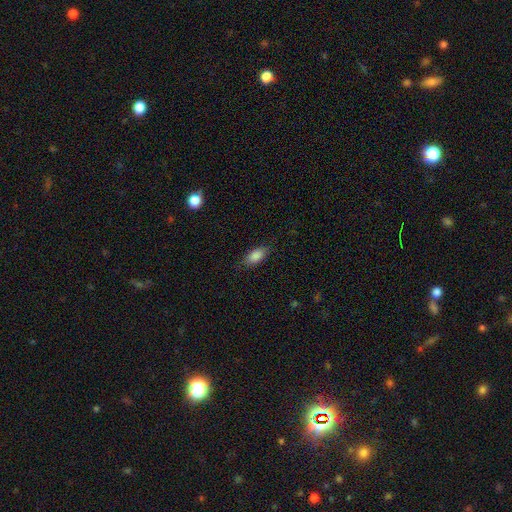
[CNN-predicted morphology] smooth-or-featured: smooth: 86% | star or artifact: 7% | featured or disk: 7%
  how-rounded: in between: 89% | cigar-shaped: 7% | round: 4%
  merging: none: 82% | minor disturbance: 14% | major disturbance: 3% | merger: 1%